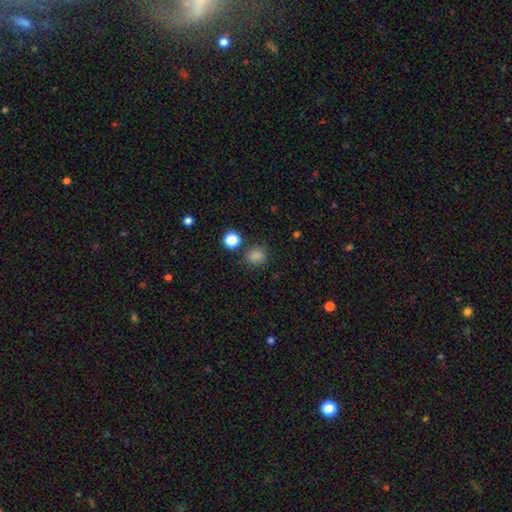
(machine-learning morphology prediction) type=smooth (82%); roundness=round (87%); merging=none (83%).